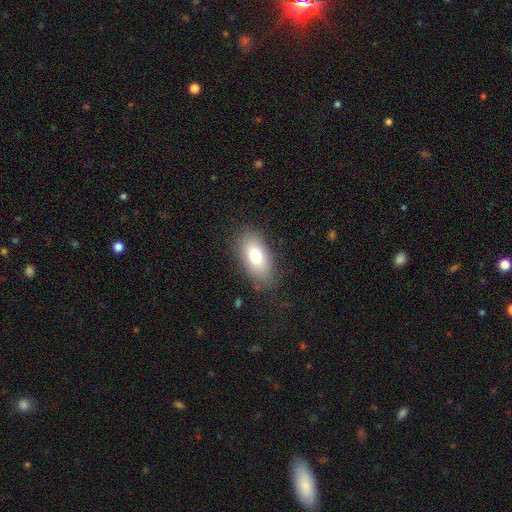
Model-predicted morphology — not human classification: Smooth or featured? Predicted: smooth (p=0.75). How rounded? Predicted: in between (p=0.90). Merging? Predicted: none (p=0.84).